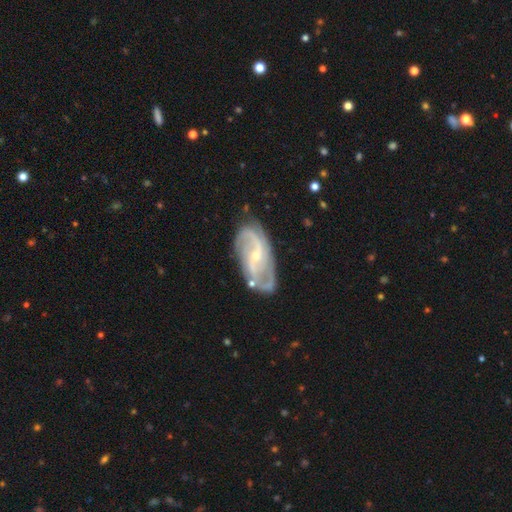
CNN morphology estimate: featured or disk 86%, smooth 9%, star or artifact 6%. Down the decision tree: edge-on disk — no (95%); bar — weak (44%); spiral arms — yes (94%); spiral arm count — 2 (68%); spiral winding — medium (46%); bulge size — small (73%); merging — none (69%).